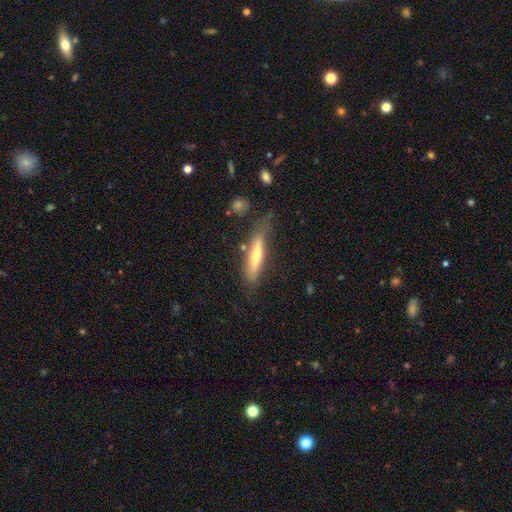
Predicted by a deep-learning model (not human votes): Smooth or featured?
  - smooth: 48% *
  - featured or disk: 45%
  - star or artifact: 6%
Merging?
  - none: 60% *
  - minor disturbance: 25%
  - major disturbance: 10%
  - merger: 5%